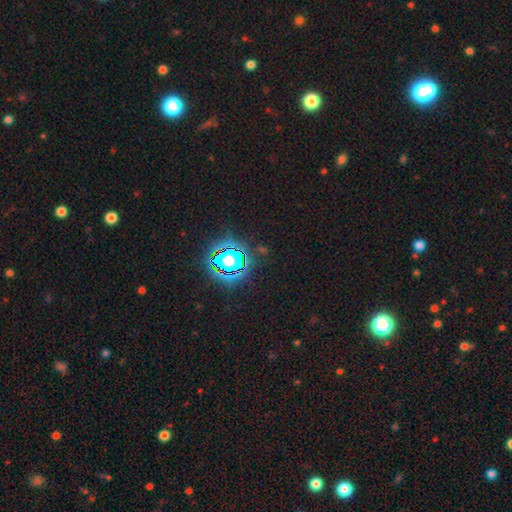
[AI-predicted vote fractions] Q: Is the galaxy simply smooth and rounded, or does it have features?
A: star or artifact — 80%.